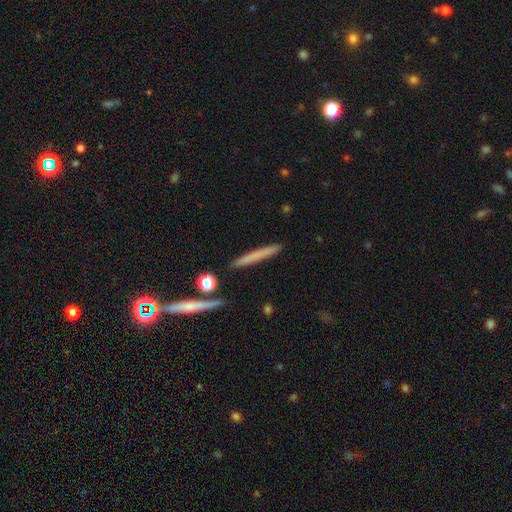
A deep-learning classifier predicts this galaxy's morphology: type=smooth (64%); roundness=cigar-shaped (94%); merging=none (87%).